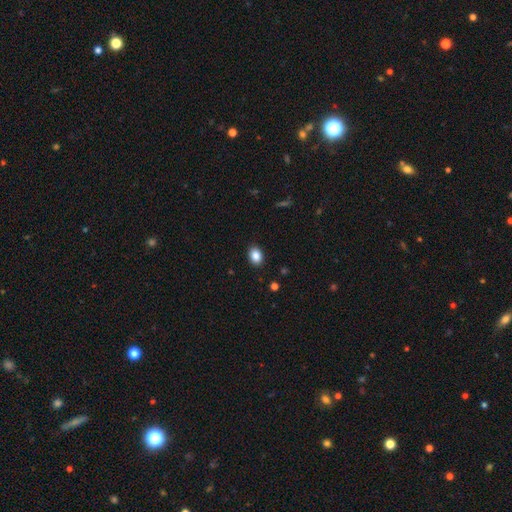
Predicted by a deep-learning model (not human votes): Smooth or featured? Predicted: smooth (p=0.87). How rounded? Predicted: in between (p=0.74). Merging? Predicted: none (p=0.90).